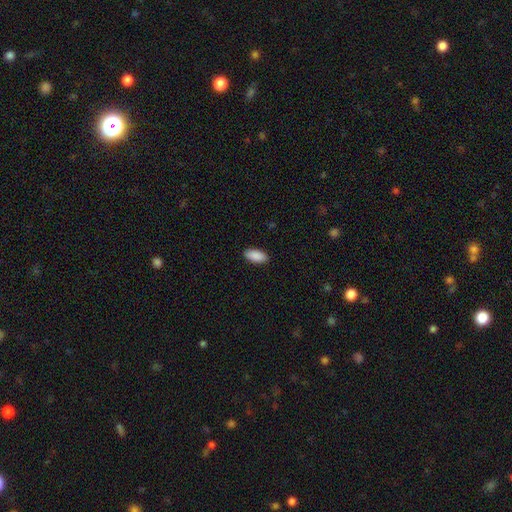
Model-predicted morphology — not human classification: type=smooth (91%); roundness=in between (93%); merging=none (90%).